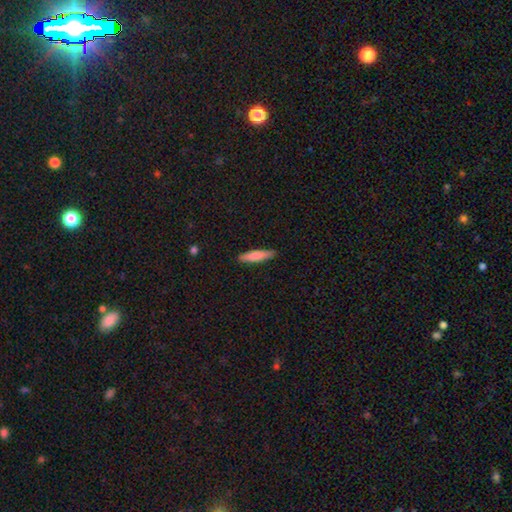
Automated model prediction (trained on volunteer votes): smooth-or-featured: smooth: 79% | featured or disk: 16% | star or artifact: 5%
  how-rounded: cigar-shaped: 82% | in between: 17% | round: 1%
  merging: none: 88% | minor disturbance: 9% | major disturbance: 2% | merger: 1%